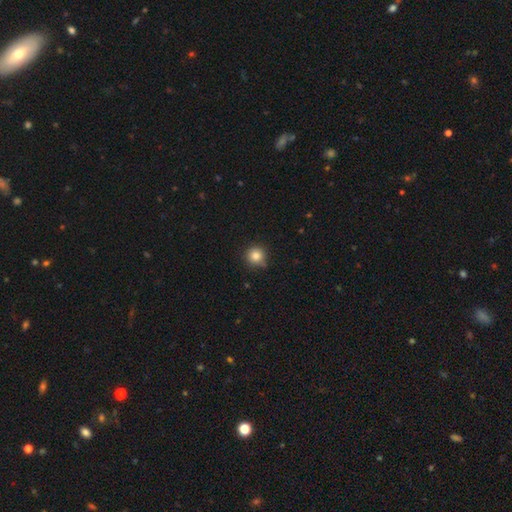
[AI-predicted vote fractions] This appears to be a smooth galaxy with no disk features (84%) that is round (94%). Merging: none (82%).